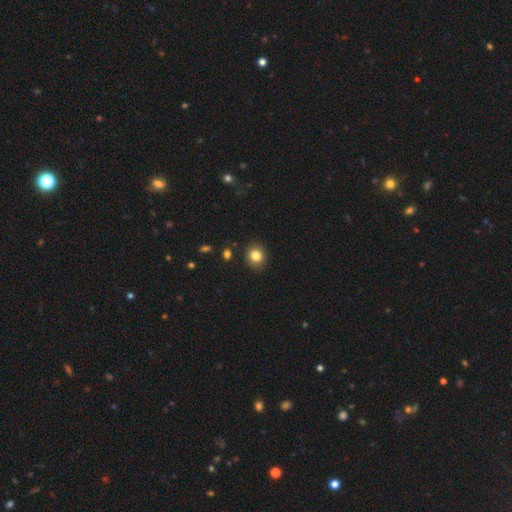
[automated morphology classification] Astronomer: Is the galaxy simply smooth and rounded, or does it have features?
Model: smooth — 83%.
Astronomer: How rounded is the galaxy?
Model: round — 77%.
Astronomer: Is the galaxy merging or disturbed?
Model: none — 89%.